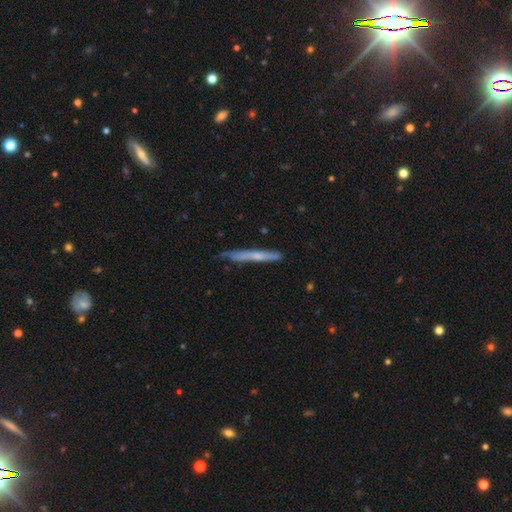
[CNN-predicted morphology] This appears to be a smooth galaxy with no disk features (47%, tied with featured or disk). Merging: none (79%).